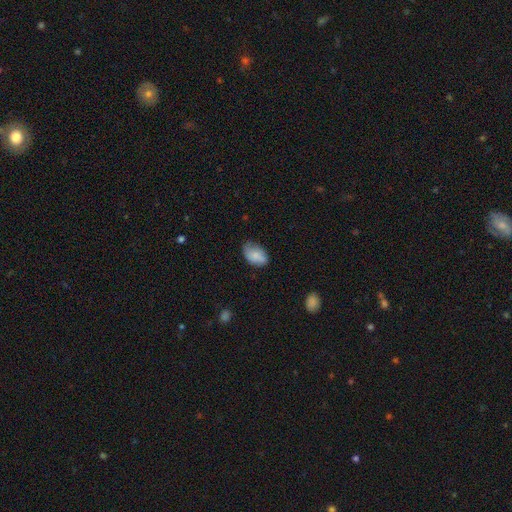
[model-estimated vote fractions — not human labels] A smooth galaxy with no disk features (83%) that is in between round and cigar-shaped (91%).

Vote fractions:
- Smooth or featured? smooth: 83% / featured or disk: 10% / star or artifact: 7%
- How rounded? in between: 91% / round: 8% / cigar-shaped: 1%
- Merging? none: 63% / minor disturbance: 30% / major disturbance: 5% / merger: 1%